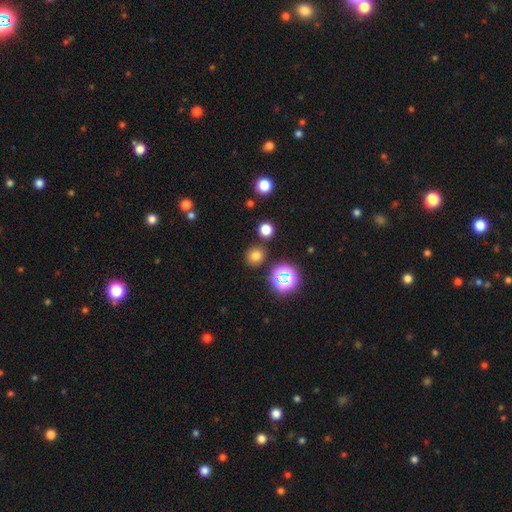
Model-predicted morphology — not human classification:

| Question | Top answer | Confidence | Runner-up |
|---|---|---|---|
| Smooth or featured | smooth | 71% | star or artifact (22%) |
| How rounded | round | 86% | in between (13%) |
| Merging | none | 83% | minor disturbance (7%) |